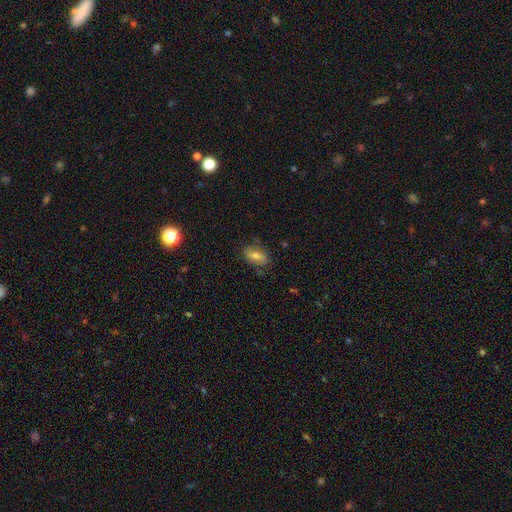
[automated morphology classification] Smooth or featured? Predicted: smooth (p=0.48). Merging? Predicted: none (p=0.77).